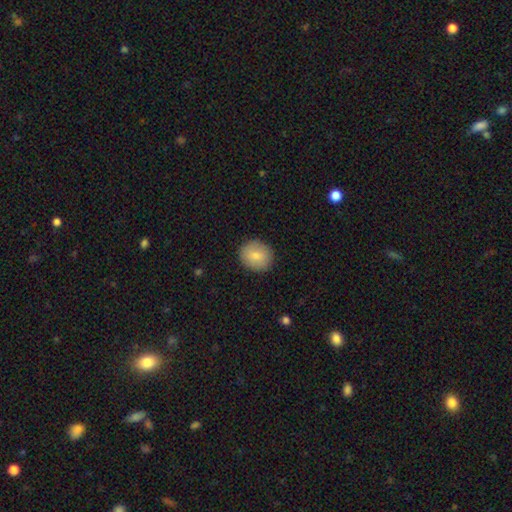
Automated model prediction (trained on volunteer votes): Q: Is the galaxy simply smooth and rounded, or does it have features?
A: smooth — 81%.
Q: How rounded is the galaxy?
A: round — 83%.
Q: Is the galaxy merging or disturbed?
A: none — 89%.